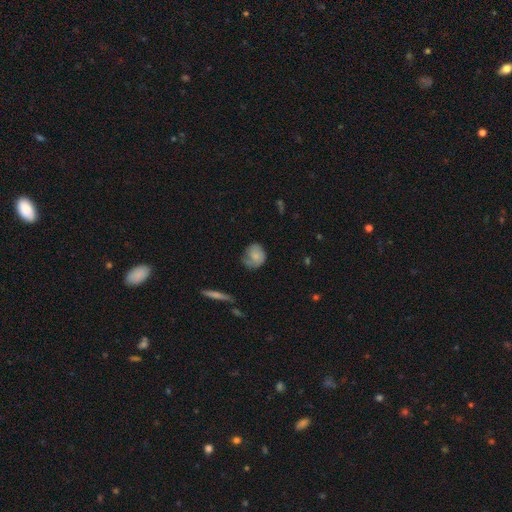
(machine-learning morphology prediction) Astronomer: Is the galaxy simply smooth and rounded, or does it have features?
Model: smooth — 65%.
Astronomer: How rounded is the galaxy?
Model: round — 69%.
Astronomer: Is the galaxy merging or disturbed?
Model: none — 47% (runner-up: minor disturbance, 32%).